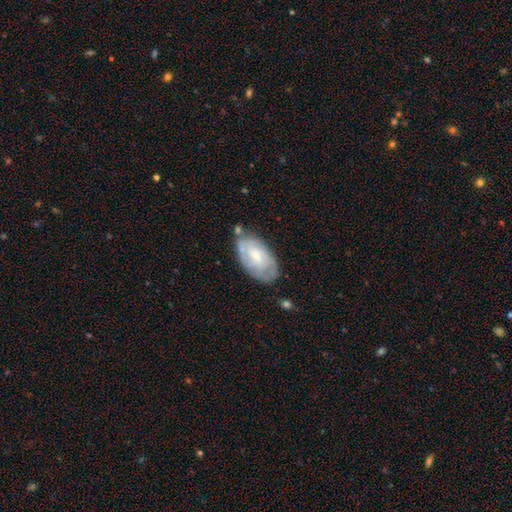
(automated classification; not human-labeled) featured or disk 57%, smooth 37%, star or artifact 6%. Down the decision tree: edge-on disk — no (93%); bar — no (56%); spiral arms — yes (71%); bulge size — small (50%); merging — none (65%).